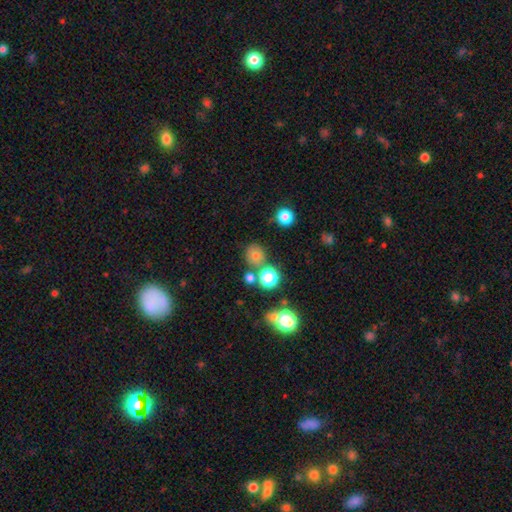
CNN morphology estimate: smooth-or-featured: smooth: 68% | star or artifact: 23% | featured or disk: 10%
  how-rounded: round: 82% | in between: 17% | cigar-shaped: 1%
  merging: none: 71% | merger: 14% | minor disturbance: 11% | major disturbance: 4%